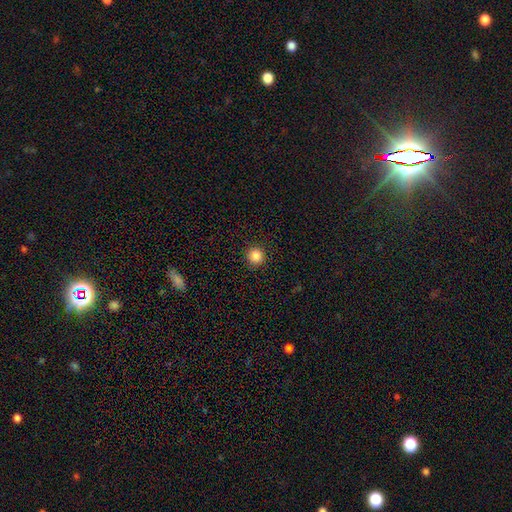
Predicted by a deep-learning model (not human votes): smooth 85%, star or artifact 11%, featured or disk 4%. Down the decision tree: how rounded — round (95%); merging — none (93%).